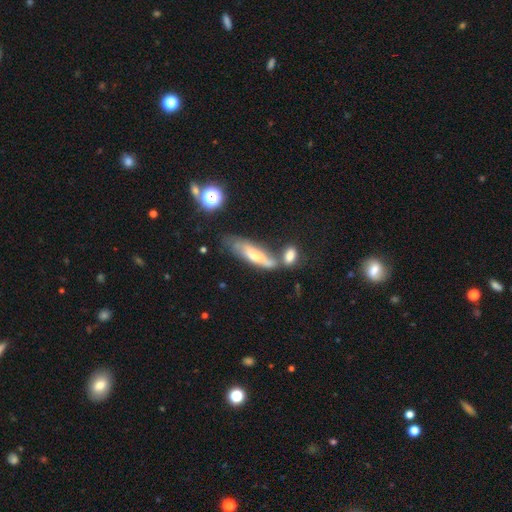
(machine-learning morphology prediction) smooth-or-featured: smooth: 53% | featured or disk: 39% | star or artifact: 8%
  how-rounded: cigar-shaped: 56% | in between: 42% | round: 2%
  merging: merger: 38% | none: 30% | minor disturbance: 19% | major disturbance: 13%